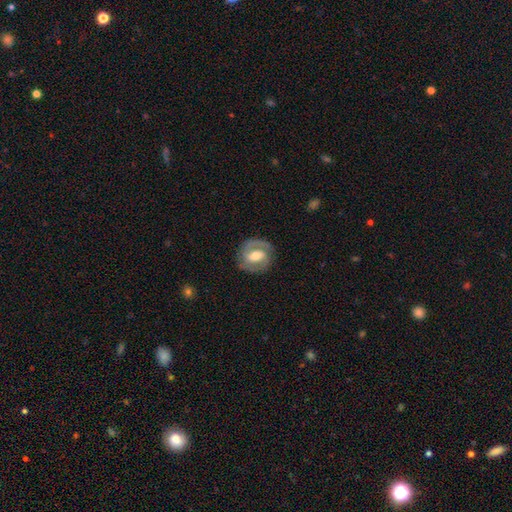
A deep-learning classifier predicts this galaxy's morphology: Overall: featured or disk (79%). Edge-on disk: no (97%). Bar: weak (42%; strong 37%). Spiral arms: yes (89%). Spiral arm count: 2 (87%). Spiral winding: medium (45%; tight 44%). Bulge size: moderate (69%). Merging: none (84%).